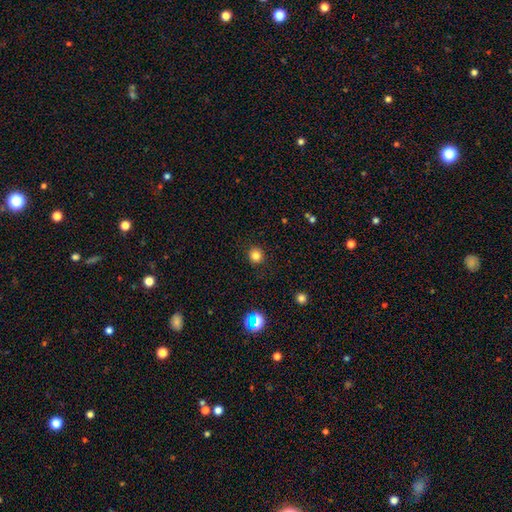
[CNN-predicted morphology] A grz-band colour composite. It shows a smooth galaxy with no disk features (80%) that is round (91%). Merging: none (90%).